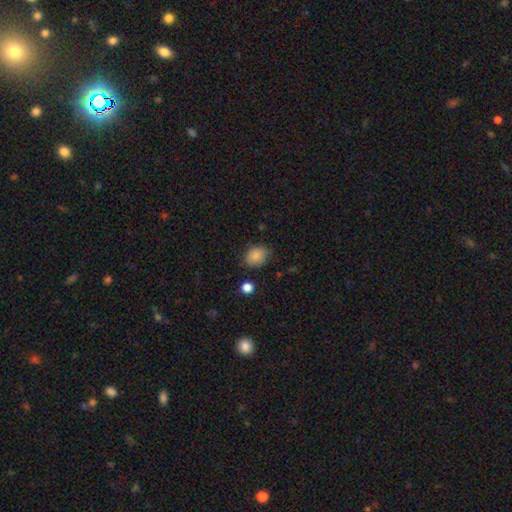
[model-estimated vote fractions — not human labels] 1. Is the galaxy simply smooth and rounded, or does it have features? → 86% smooth, 9% star or artifact, 5% featured or disk.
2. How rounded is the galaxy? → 50% round (tied), 50% in between (tied), 1% cigar-shaped.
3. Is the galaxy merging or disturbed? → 77% none, 17% minor disturbance, 4% major disturbance, 2% merger.